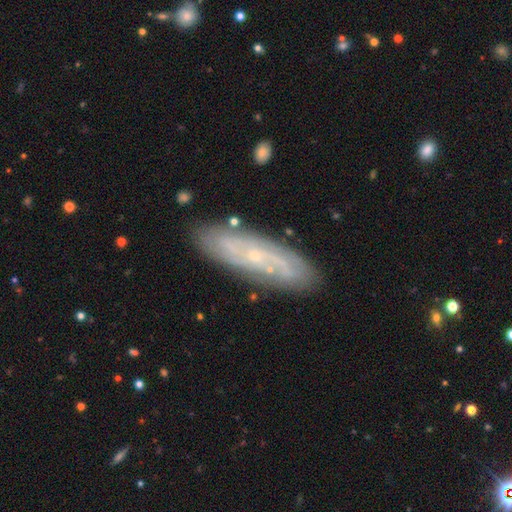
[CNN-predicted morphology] This is likely a featured or disk galaxy (73%). It is likely not viewed edge-on (79%). Bar: likely no (73%). Spiral arm pattern: clearly yes (86%). Central bulge: clearly small (82%). Merging: clearly none (83%).